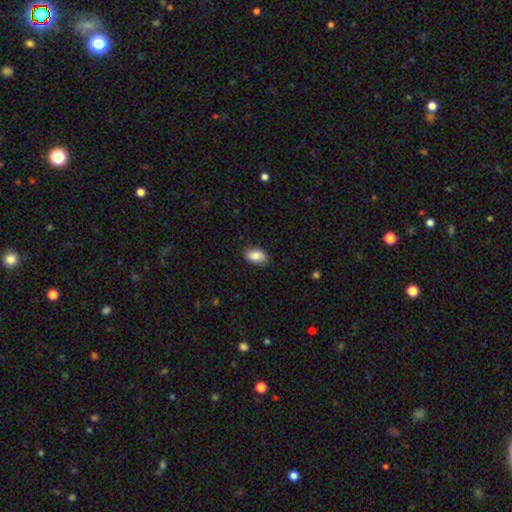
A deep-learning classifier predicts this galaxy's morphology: A smooth galaxy with no disk features (86%) that is in between round and cigar-shaped (89%). Merging: none (84%).